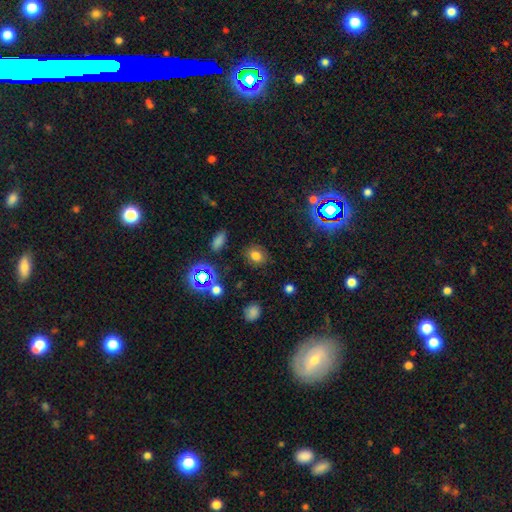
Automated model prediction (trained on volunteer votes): This is likely a smooth galaxy (72%). How rounded: possibly round (56%). Merging: clearly none (84%).